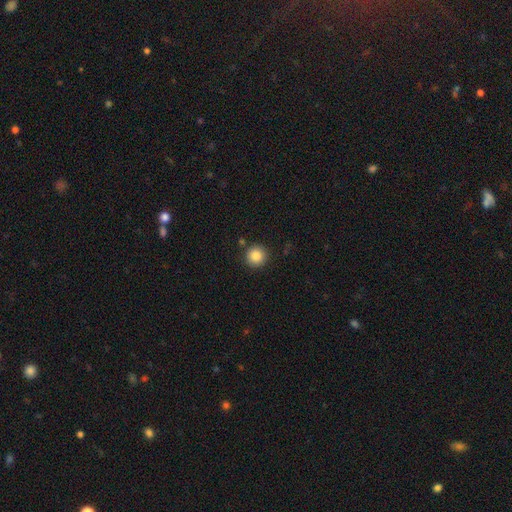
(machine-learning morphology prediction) Q: Smooth or featured?
A: smooth (86%); runner-up: star or artifact (10%)
Q: How rounded?
A: round (95%); runner-up: in between (4%)
Q: Merging?
A: none (89%); runner-up: minor disturbance (6%)